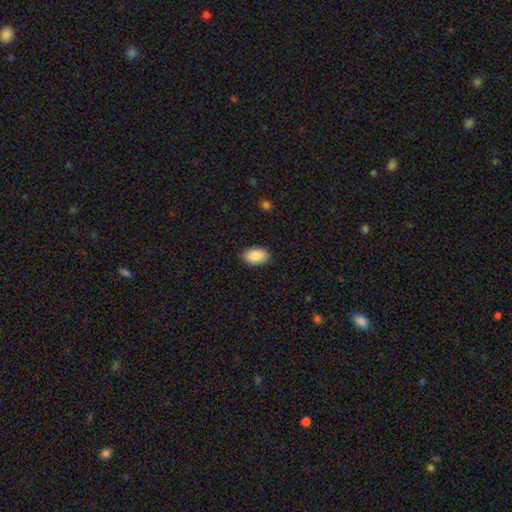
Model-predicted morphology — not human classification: The model was most divided on "merging": none: 86%, minor disturbance: 11%, major disturbance: 2%, merger: 1%. More confident: how rounded — in between (93%); smooth or featured — smooth (88%).